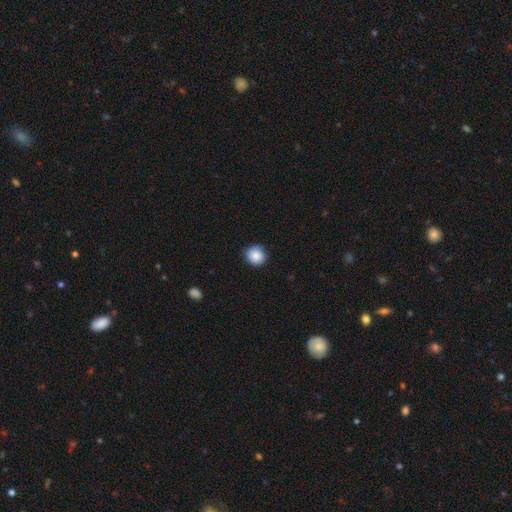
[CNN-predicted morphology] This appears to be a smooth galaxy with no disk features (87%) that is round (91%). Merging: none (86%).